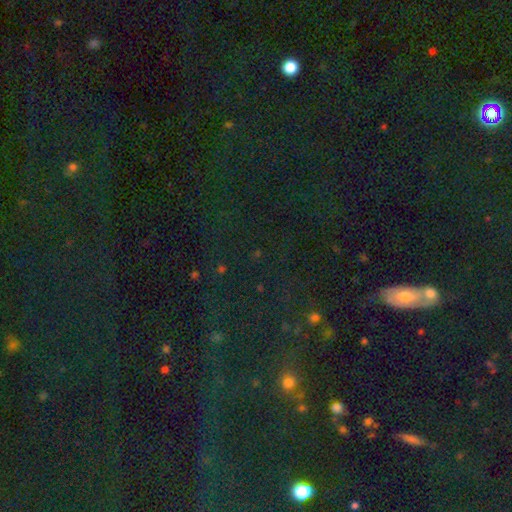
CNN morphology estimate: Smooth or featured: star or artifact — 66% (smooth — 21%)